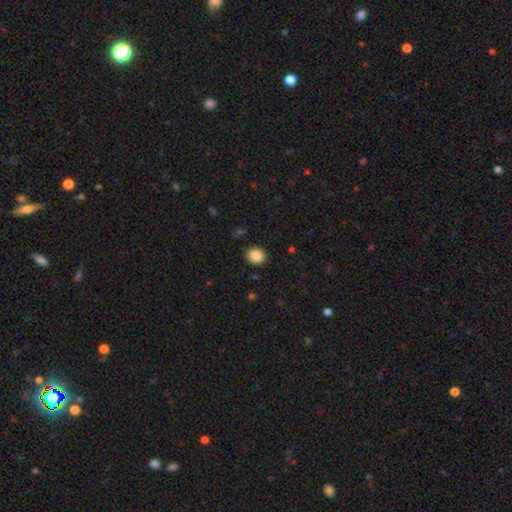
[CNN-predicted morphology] smooth-or-featured: smooth: 88% | star or artifact: 9% | featured or disk: 3%
  how-rounded: round: 73% | in between: 26% | cigar-shaped: 1%
  merging: none: 89% | minor disturbance: 8% | major disturbance: 2% | merger: 1%